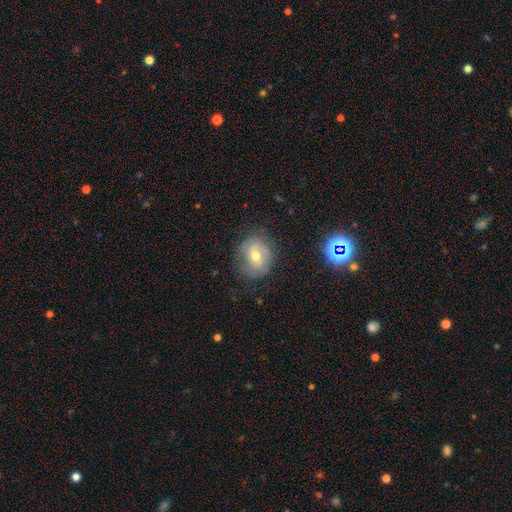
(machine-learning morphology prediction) Q: Smooth or featured?
A: featured or disk (51%); runner-up: smooth (38%)
Q: Edge-on disk?
A: no (96%); runner-up: yes (4%)
Q: Merging?
A: none (70%); runner-up: minor disturbance (20%)